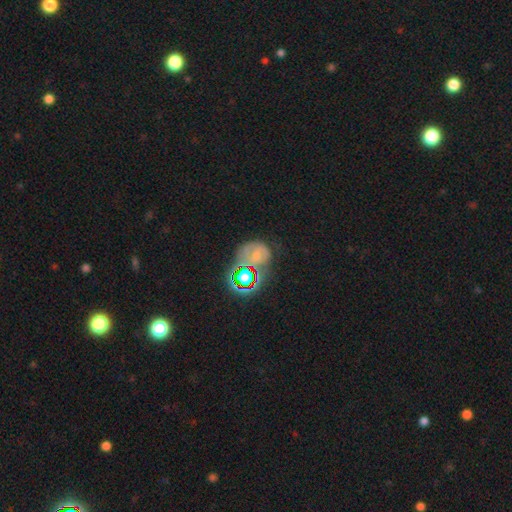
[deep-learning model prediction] The model was most divided on "smooth or featured": smooth: 37%, star or artifact: 34%, featured or disk: 29%. Remaining: merging — none (47%).